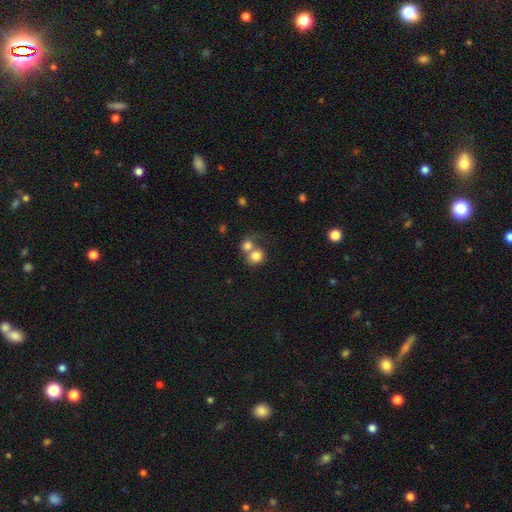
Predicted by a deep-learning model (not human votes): Smooth or featured? smooth (79%)
How rounded? round (77%)
Merging? merger (59%)